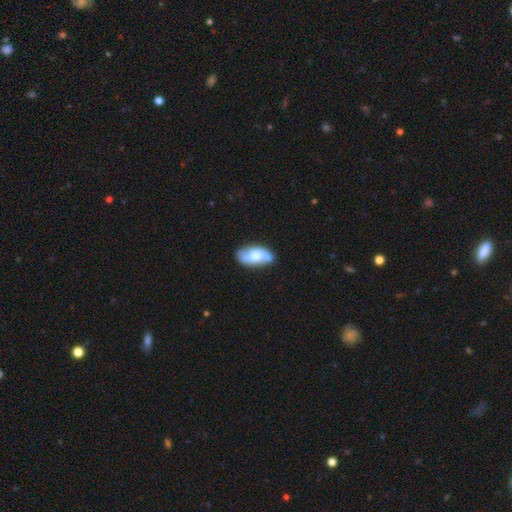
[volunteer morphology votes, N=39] Smooth or featured: smooth — 51% (featured or disk — 44%)
How rounded: in between — 90% (round — 10%)
Merging: none — 70% (major disturbance — 14%)